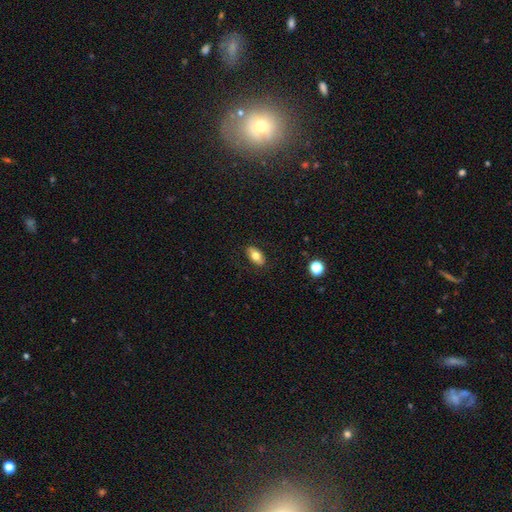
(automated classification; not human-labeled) Q: Smooth or featured?
A: smooth (72%); runner-up: featured or disk (20%)
Q: How rounded?
A: in between (89%); runner-up: round (6%)
Q: Merging?
A: none (87%); runner-up: minor disturbance (10%)